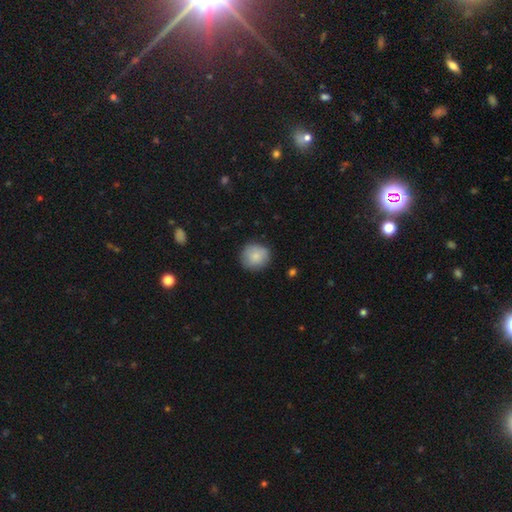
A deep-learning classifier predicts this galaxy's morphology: Smooth or featured? Predicted: smooth (p=0.84). How rounded? Predicted: round (p=0.91). Merging? Predicted: none (p=0.83).